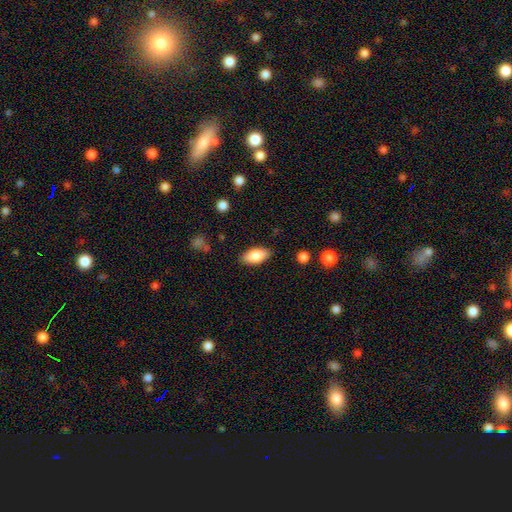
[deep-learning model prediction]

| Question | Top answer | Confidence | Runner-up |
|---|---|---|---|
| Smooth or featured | smooth | 82% | featured or disk (12%) |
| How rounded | in between | 91% | cigar-shaped (6%) |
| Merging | none | 86% | minor disturbance (10%) |